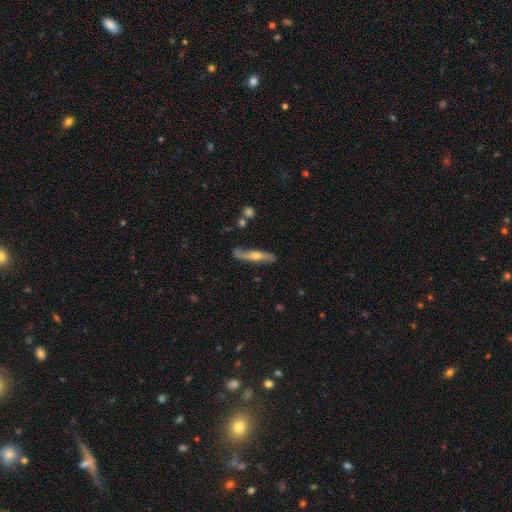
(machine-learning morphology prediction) This appears to be a featured or disk galaxy (61%) viewed edge-on (74%). Merging: none (78%).